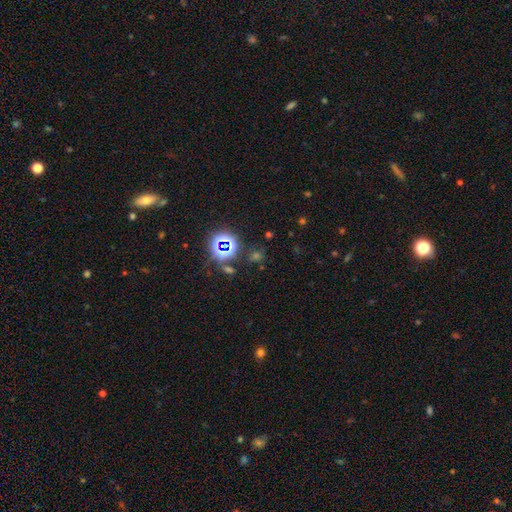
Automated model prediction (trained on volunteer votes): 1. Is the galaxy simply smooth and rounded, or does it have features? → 68% star or artifact, 24% smooth, 8% featured or disk.